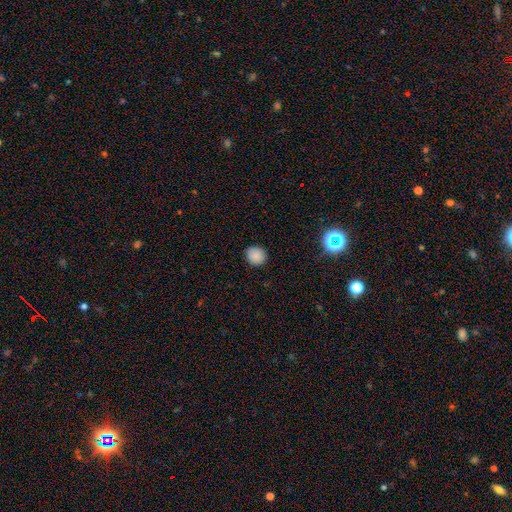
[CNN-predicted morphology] This appears to be a smooth galaxy with no disk features (86%) that is round (85%). Merging: none (89%).